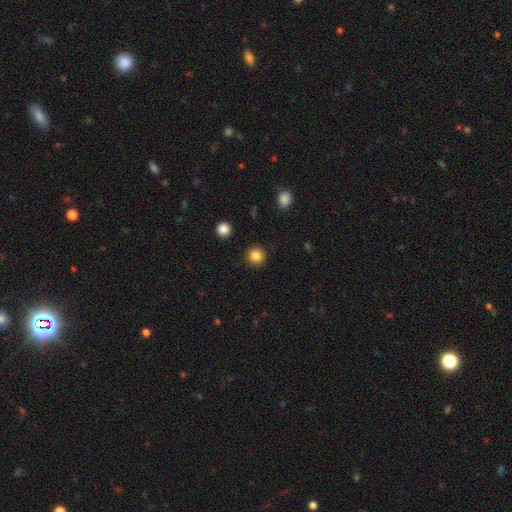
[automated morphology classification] Smooth or featured? smooth (86%)
How rounded? round (92%)
Merging? none (92%)